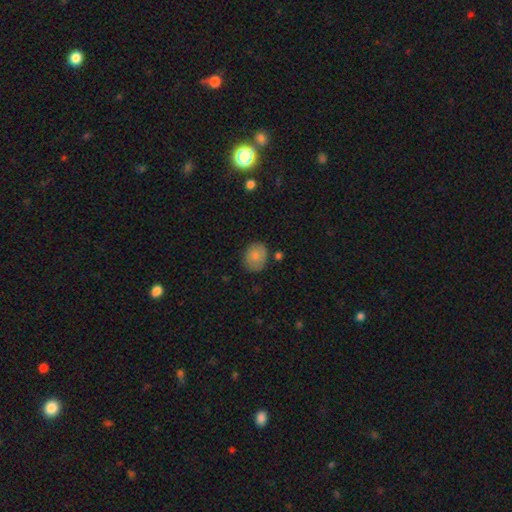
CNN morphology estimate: Overall: smooth (83%). How rounded: round (55%; in between 44%). Merging: none (77%).